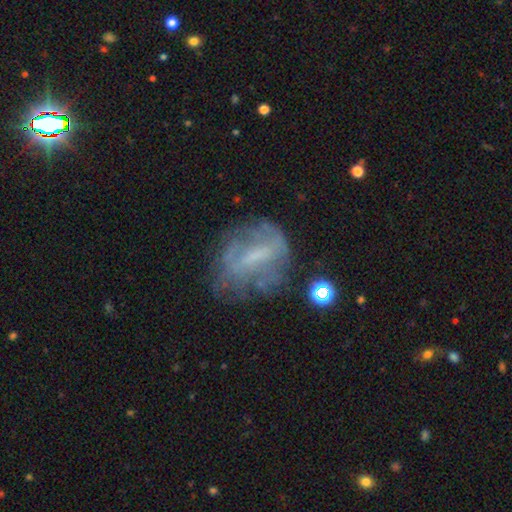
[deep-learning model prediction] A featured or disk galaxy (58%) with a weak bar (41%), no spiral arms (57%) and no central bulge (40%). Merging: none (54%).